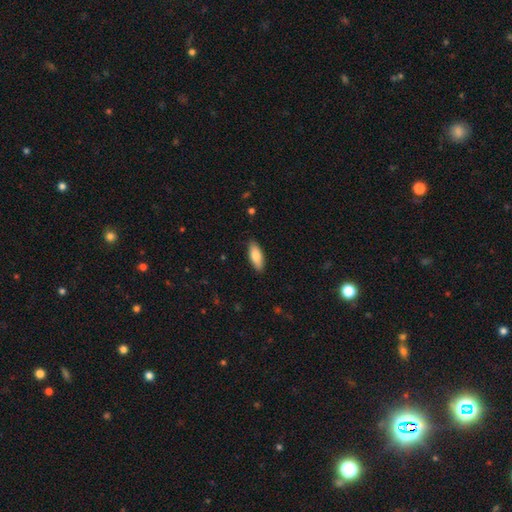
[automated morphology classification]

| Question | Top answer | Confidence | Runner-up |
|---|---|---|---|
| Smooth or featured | smooth | 81% | featured or disk (13%) |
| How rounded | in between | 76% | cigar-shaped (22%) |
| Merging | none | 88% | minor disturbance (9%) |